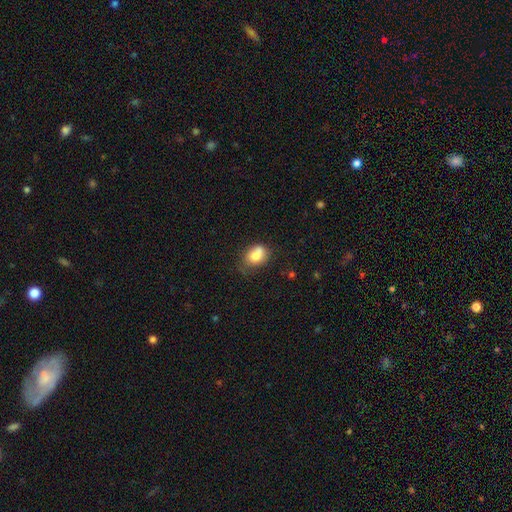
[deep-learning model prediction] Morphology: type=smooth (79%); roundness=in between (68%); merging=none (48%).